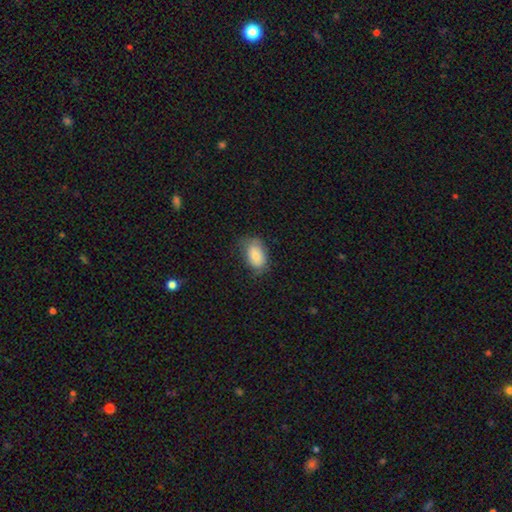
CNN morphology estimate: A smooth galaxy with no disk features (77%) that is in between round and cigar-shaped (87%). Merging: none (65%).